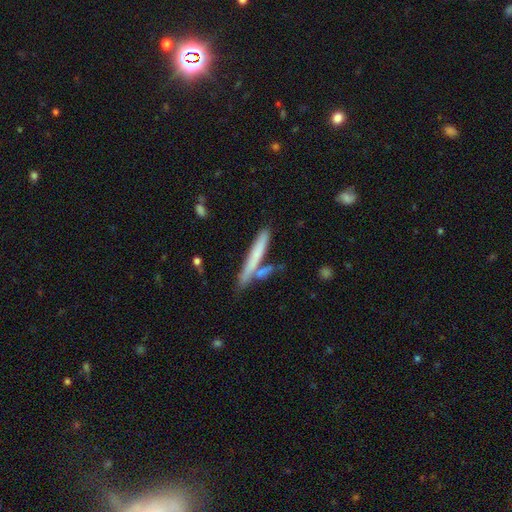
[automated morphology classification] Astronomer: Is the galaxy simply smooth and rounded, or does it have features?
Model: smooth — 61%.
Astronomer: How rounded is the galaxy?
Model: cigar-shaped — 94%.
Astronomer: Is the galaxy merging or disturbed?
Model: none — 69%.